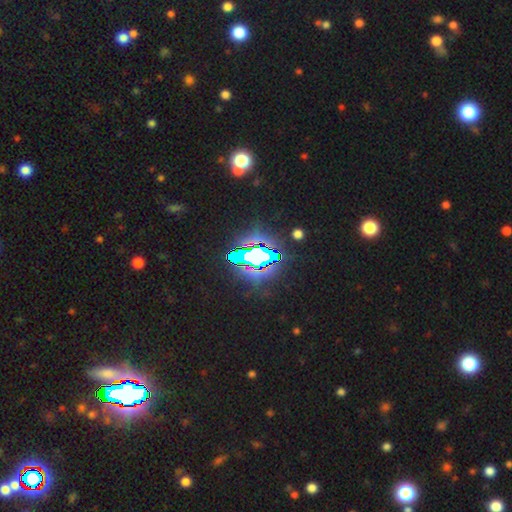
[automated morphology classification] This appears to be a star or artifact, not a galaxy (71%).